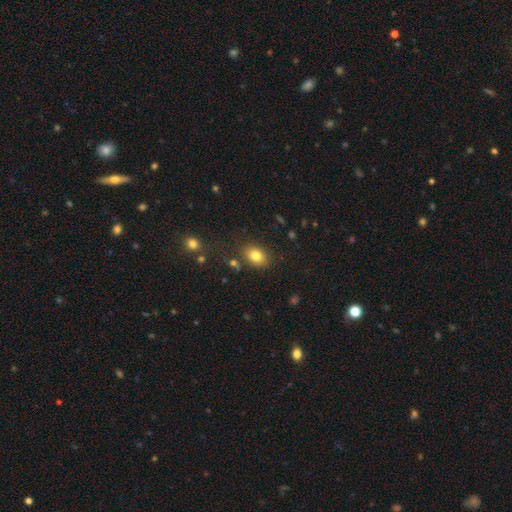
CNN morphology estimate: Smooth or featured? Predicted: smooth (p=0.80). How rounded? Predicted: in between (p=0.74). Merging? Predicted: none (p=0.80).